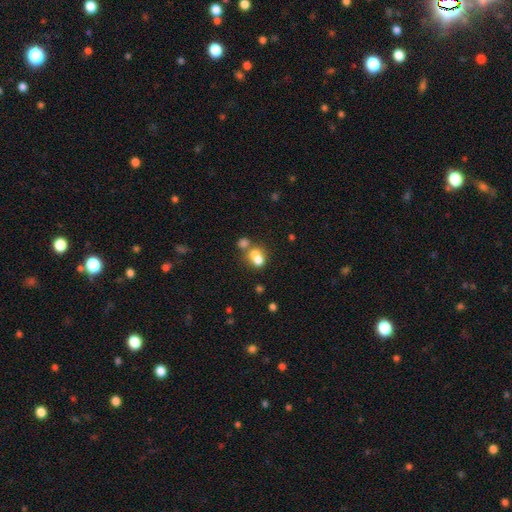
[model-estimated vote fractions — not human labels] This appears to be a smooth galaxy with no disk features (69%) that is in between round and cigar-shaped (54%). Merging: merger (62%).